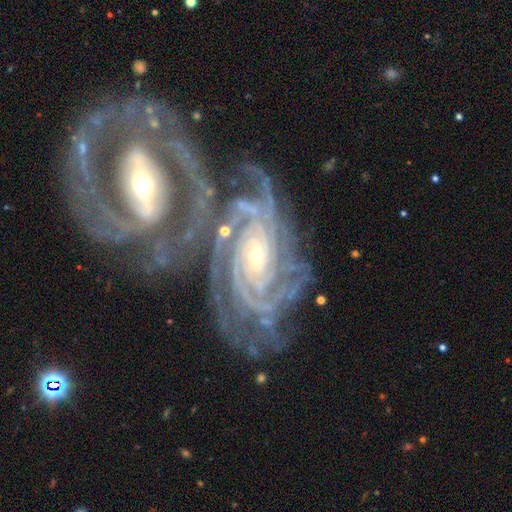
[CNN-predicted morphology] Smooth or featured? Predicted: featured or disk (p=0.92). Edge-on disk? Predicted: no (p=0.96). Bar? Predicted: no (p=0.47). Spiral arms? Predicted: yes (p=0.98). Spiral winding? Predicted: tight (p=0.75). Spiral arm count? Predicted: 4 (p=0.29). Bulge size? Predicted: small (p=0.66). Merging? Predicted: merger (p=0.44).